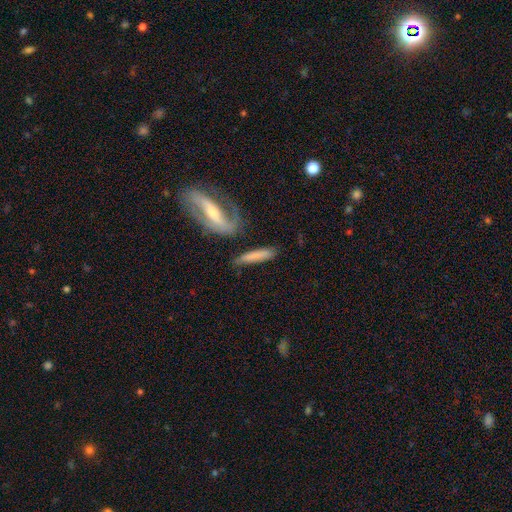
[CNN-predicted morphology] type=smooth (69%); roundness=cigar-shaped (85%); merging=none (72%).